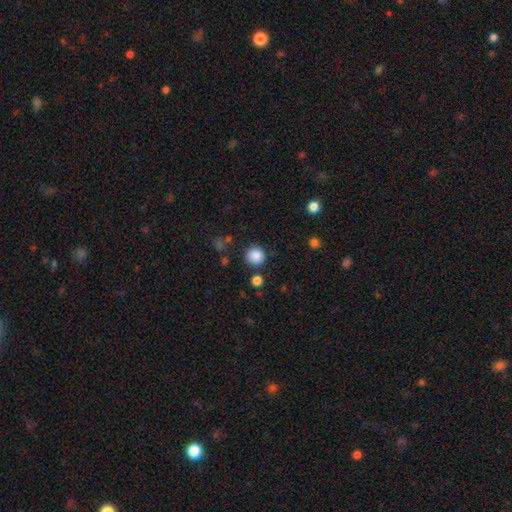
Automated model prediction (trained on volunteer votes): Smooth or featured? smooth (86%)
How rounded? round (93%)
Merging? none (85%)